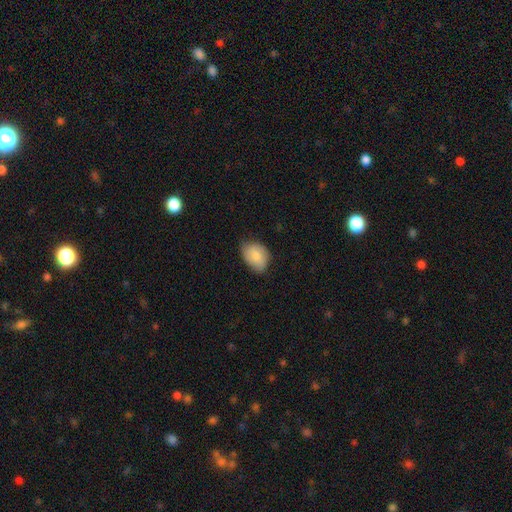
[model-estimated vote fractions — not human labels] This is likely a smooth galaxy (80%). How rounded: likely in between (78%). Merging: likely none (65%).